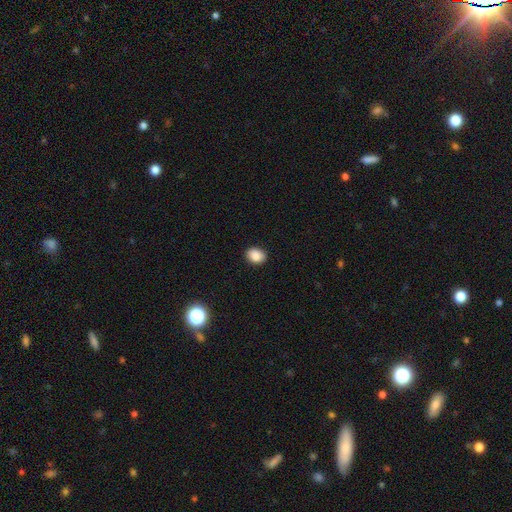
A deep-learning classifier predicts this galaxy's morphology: This is clearly a smooth galaxy (88%). How rounded: likely in between (63%). Merging: clearly none (89%).